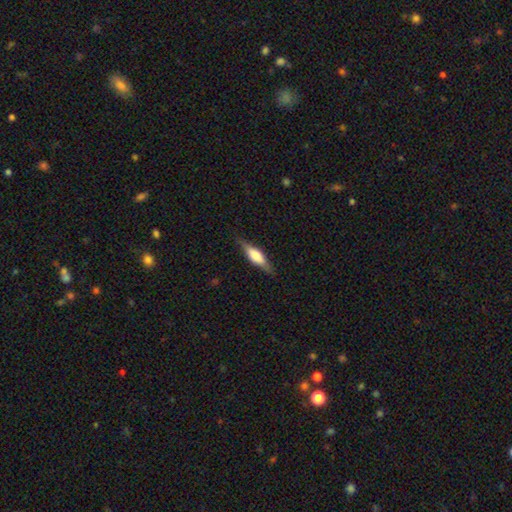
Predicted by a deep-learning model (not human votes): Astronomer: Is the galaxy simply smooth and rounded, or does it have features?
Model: smooth — 48% (runner-up: featured or disk, 45%).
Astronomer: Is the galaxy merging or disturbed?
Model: none — 83%.